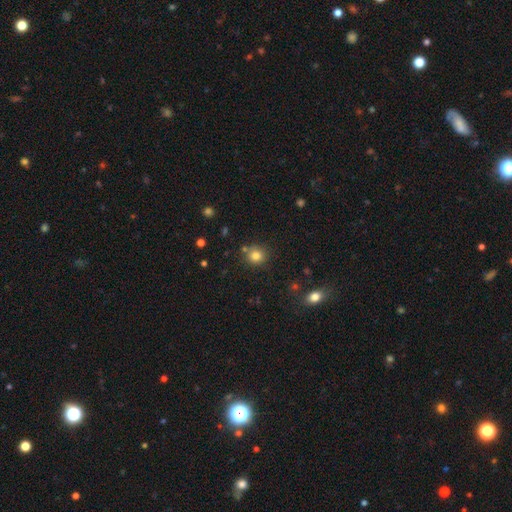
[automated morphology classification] This is clearly a smooth galaxy (81%). How rounded: clearly round (88%). Merging: likely none (78%).